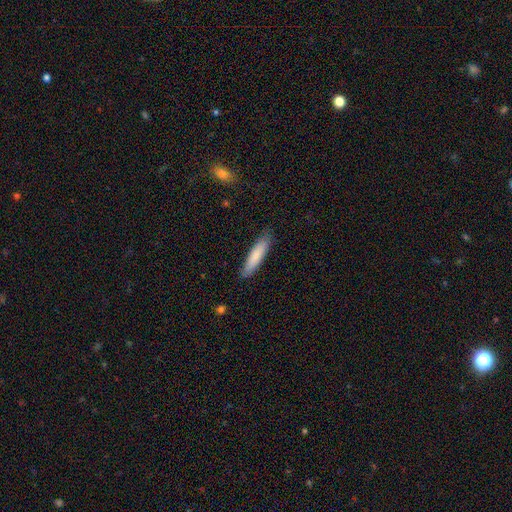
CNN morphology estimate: smooth 82%, featured or disk 13%, star or artifact 5%. Down the decision tree: how rounded — cigar-shaped (81%); merging — none (85%).